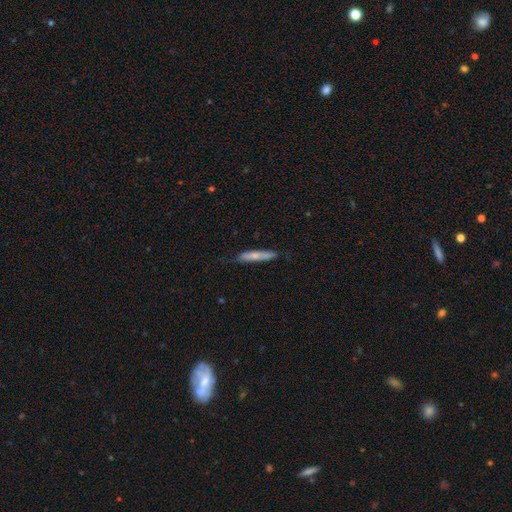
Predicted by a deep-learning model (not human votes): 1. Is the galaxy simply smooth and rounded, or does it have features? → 64% smooth, 30% featured or disk, 6% star or artifact.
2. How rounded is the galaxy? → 91% cigar-shaped, 8% in between, 1% round.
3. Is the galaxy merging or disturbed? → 75% none, 20% minor disturbance, 3% major disturbance, 1% merger.